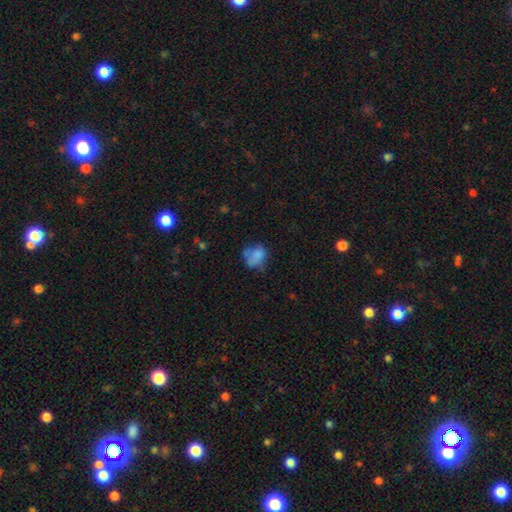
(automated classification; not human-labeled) Smooth or featured: smooth — 71% (featured or disk — 18%)
How rounded: round — 56% (in between — 43%)
Merging: none — 45% (minor disturbance — 29%)